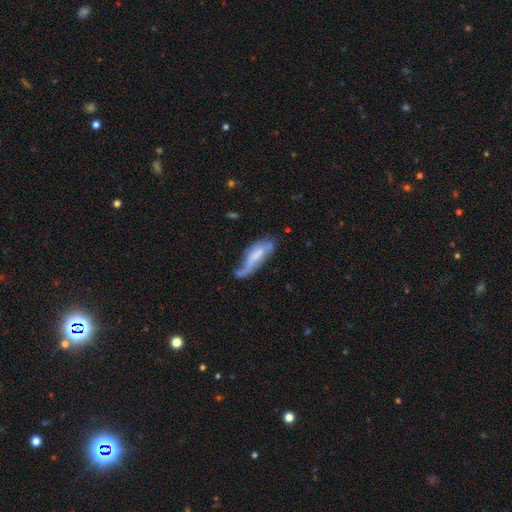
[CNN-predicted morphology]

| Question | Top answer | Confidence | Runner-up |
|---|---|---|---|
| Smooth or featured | smooth | 48% | featured or disk (45%) |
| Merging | none | 31% | minor disturbance (30%) |